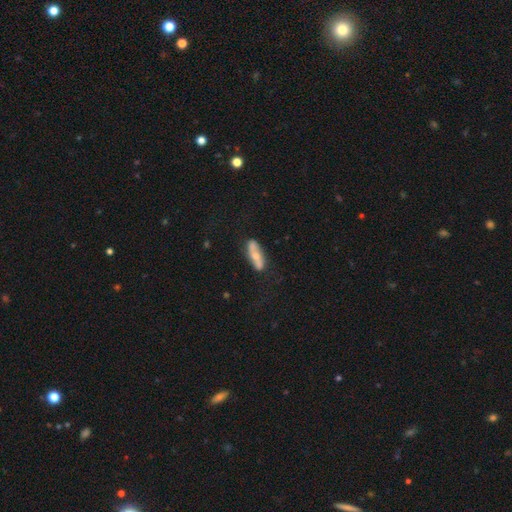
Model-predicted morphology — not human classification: smooth-or-featured: smooth: 48% | featured or disk: 46% | star or artifact: 6%
  merging: none: 68% | minor disturbance: 18% | merger: 8% | major disturbance: 6%